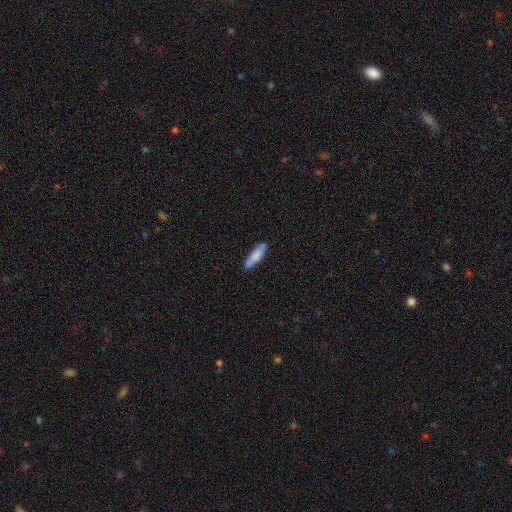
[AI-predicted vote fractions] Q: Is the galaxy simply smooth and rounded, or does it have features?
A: smooth — 79%.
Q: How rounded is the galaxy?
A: cigar-shaped — 74%.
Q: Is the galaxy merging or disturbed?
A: none — 81%.